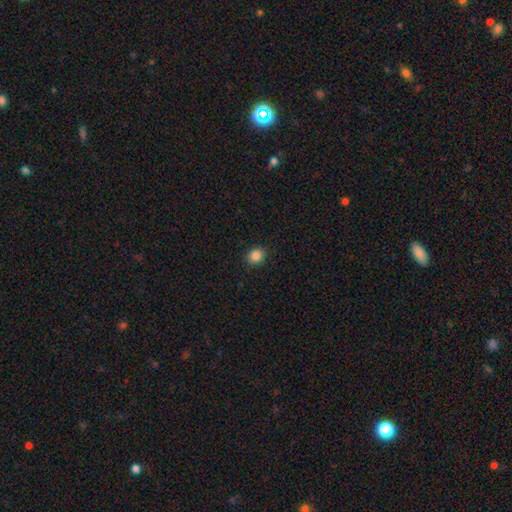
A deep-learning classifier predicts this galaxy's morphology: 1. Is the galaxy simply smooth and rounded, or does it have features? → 86% smooth, 10% star or artifact, 4% featured or disk.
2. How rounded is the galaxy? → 74% round, 25% in between, 1% cigar-shaped.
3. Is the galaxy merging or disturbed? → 91% none, 6% minor disturbance, 2% major disturbance, 1% merger.